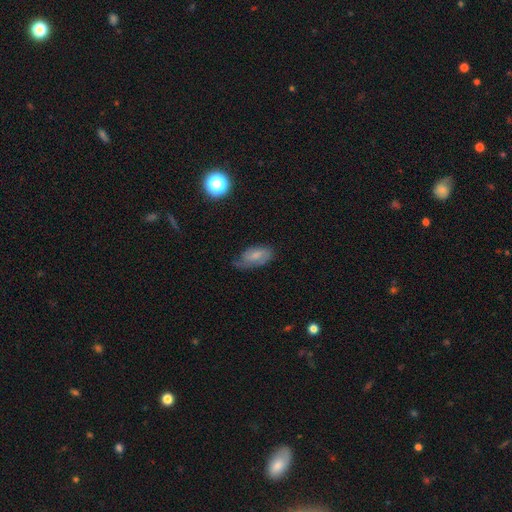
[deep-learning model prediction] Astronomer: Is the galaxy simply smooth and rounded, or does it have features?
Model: smooth — 59%.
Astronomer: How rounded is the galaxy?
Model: in between — 89%.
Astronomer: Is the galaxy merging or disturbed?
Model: none — 51% (runner-up: minor disturbance, 36%).